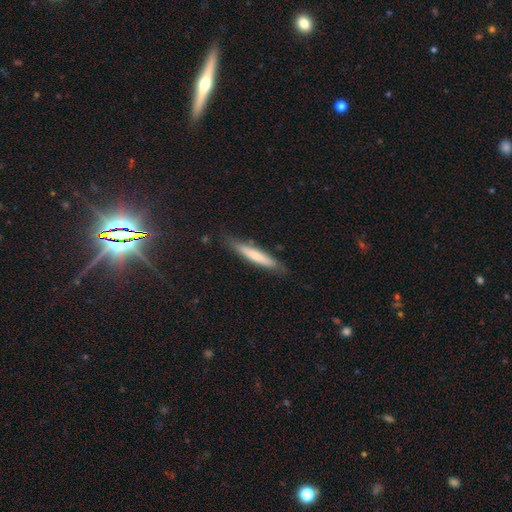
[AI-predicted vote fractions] Q: Smooth or featured?
A: smooth (69%); runner-up: featured or disk (25%)
Q: How rounded?
A: cigar-shaped (91%); runner-up: in between (8%)
Q: Merging?
A: none (81%); runner-up: minor disturbance (15%)